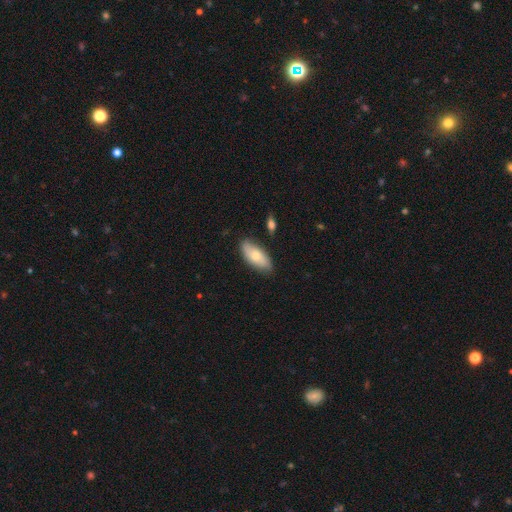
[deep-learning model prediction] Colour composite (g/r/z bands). It shows a smooth galaxy with no disk features (66%) that is in between round and cigar-shaped (89%). Merging: none (79%).